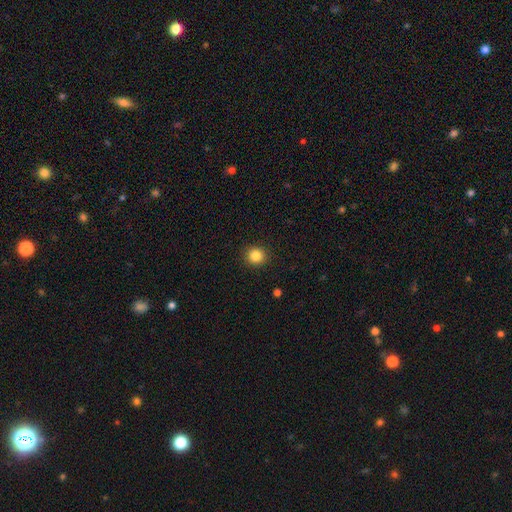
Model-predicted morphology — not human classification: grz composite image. It shows a smooth galaxy with no disk features (85%) that is round (92%). Merging: none (92%).